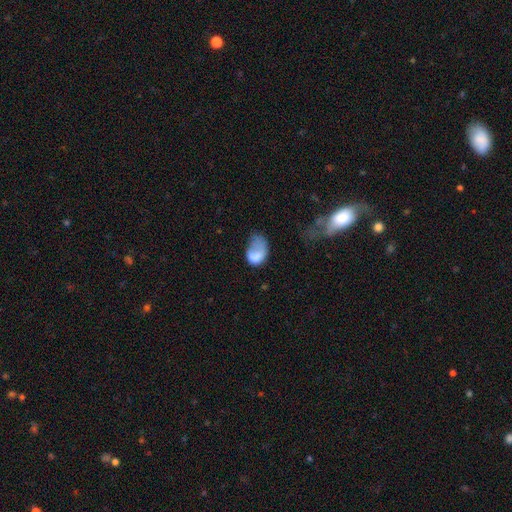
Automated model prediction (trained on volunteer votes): This appears to be a smooth galaxy with no disk features (70%) that is in between round and cigar-shaped (83%). Merging: major disturbance (49%).